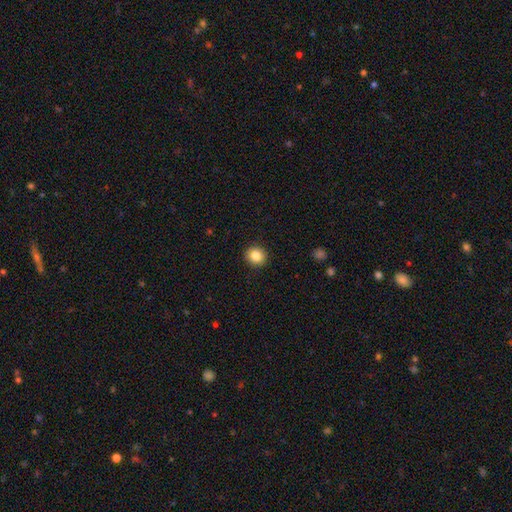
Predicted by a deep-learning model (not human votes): smooth-or-featured: smooth: 85% | star or artifact: 10% | featured or disk: 5%
  how-rounded: round: 91% | in between: 8% | cigar-shaped: 1%
  merging: none: 92% | minor disturbance: 5% | major disturbance: 2% | merger: 1%